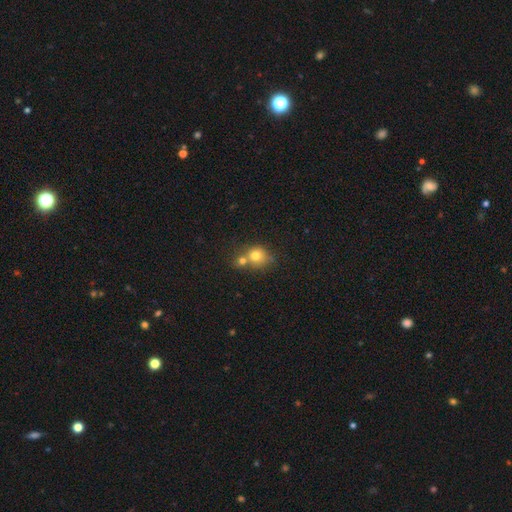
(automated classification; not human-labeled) Morphology: type=smooth (76%); roundness=round (78%); merging=merger (46%).